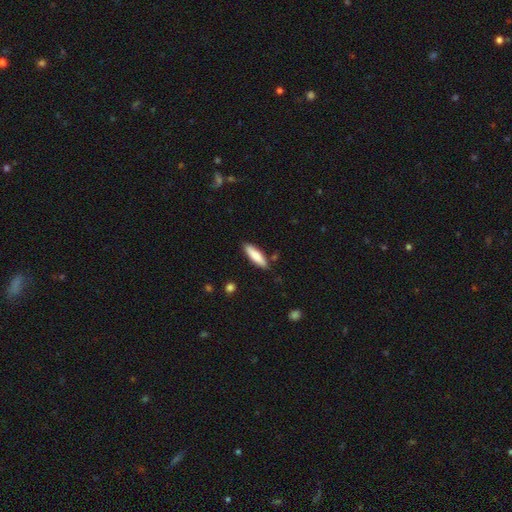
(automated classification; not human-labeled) Morphology: type=smooth (81%); roundness=cigar-shaped (64%); merging=none (86%).